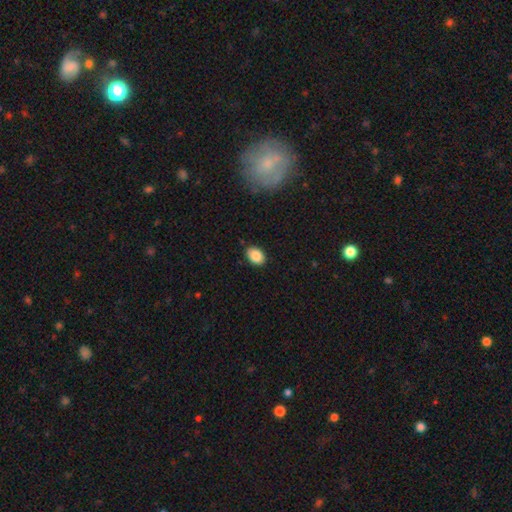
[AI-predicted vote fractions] Smooth or featured? Predicted: smooth (p=0.88). How rounded? Predicted: in between (p=0.82). Merging? Predicted: none (p=0.87).